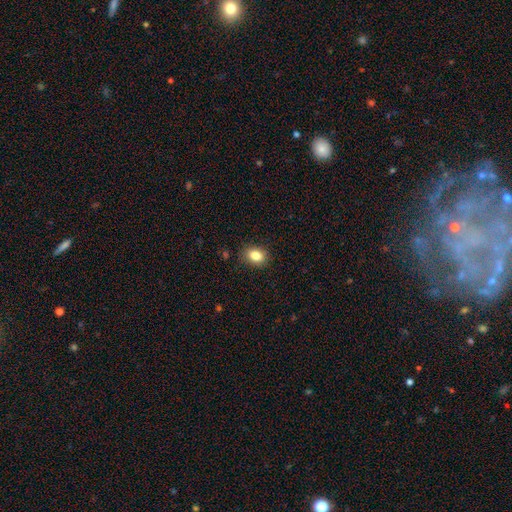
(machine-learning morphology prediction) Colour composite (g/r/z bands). It shows a smooth galaxy with no disk features (84%) that is in between round and cigar-shaped (65%). Merging: none (86%).